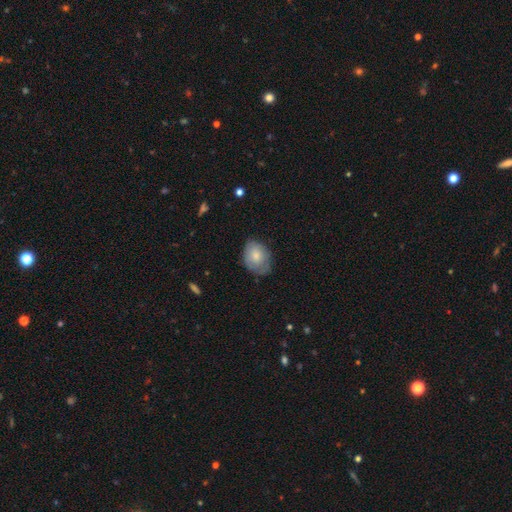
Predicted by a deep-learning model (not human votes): Smooth or featured? smooth (73%)
How rounded? in between (73%)
Merging? none (61%)